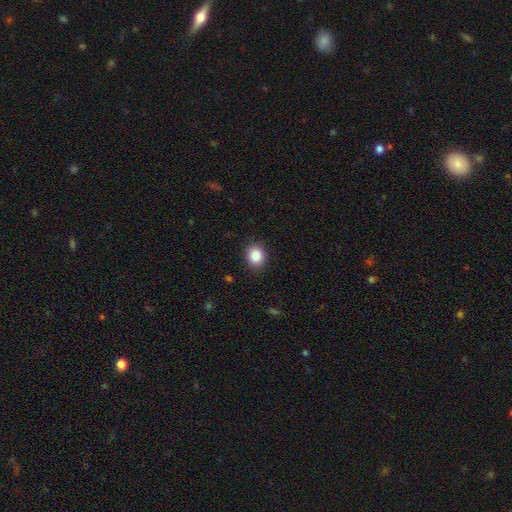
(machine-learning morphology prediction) The model was most divided on "how rounded": round: 64%, in between: 35%, cigar-shaped: 1%. More confident: smooth or featured — smooth (88%); merging — none (88%).